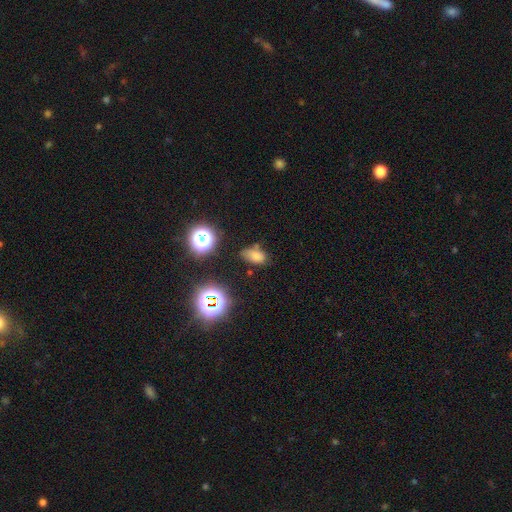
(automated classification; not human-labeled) smooth-or-featured: smooth: 67% | star or artifact: 23% | featured or disk: 10%
  how-rounded: in between: 87% | round: 11% | cigar-shaped: 2%
  merging: none: 64% | minor disturbance: 23% | major disturbance: 7% | merger: 6%